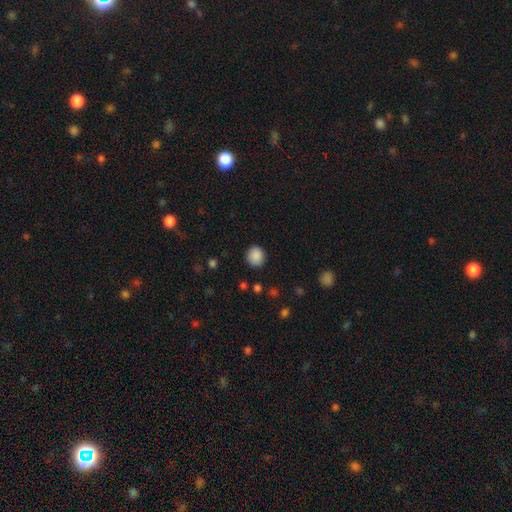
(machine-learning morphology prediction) Overall: smooth (88%). How rounded: round (81%). Merging: none (88%).